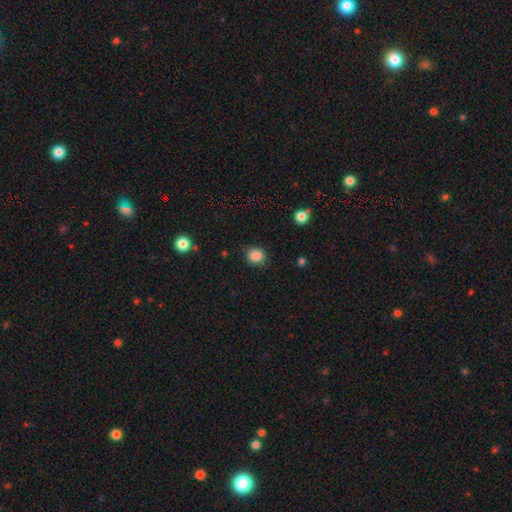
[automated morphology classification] smooth-or-featured: smooth: 86% | star or artifact: 10% | featured or disk: 4%
  how-rounded: round: 82% | in between: 18% | cigar-shaped: 1%
  merging: none: 85% | minor disturbance: 11% | major disturbance: 3% | merger: 1%